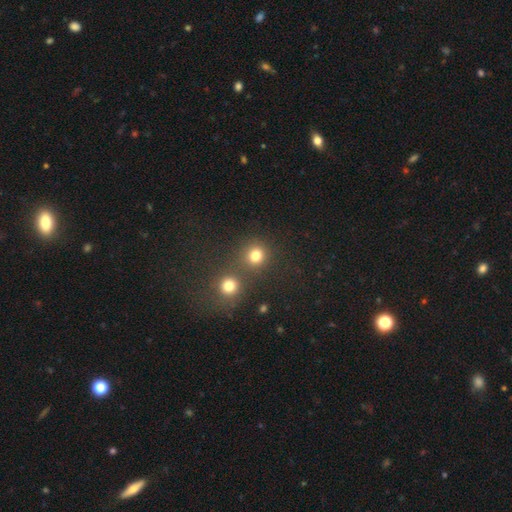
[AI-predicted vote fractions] smooth 79%, star or artifact 16%, featured or disk 5%. Down the decision tree: how rounded — round (90%); merging — none (69%).